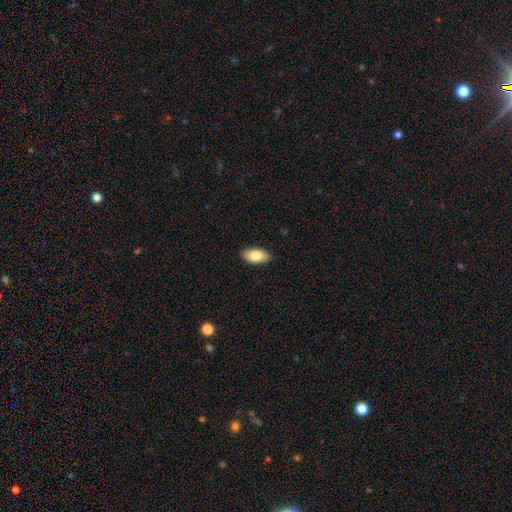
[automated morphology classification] smooth 84%, featured or disk 9%, star or artifact 6%. Down the decision tree: how rounded — in between (93%); merging — none (88%).